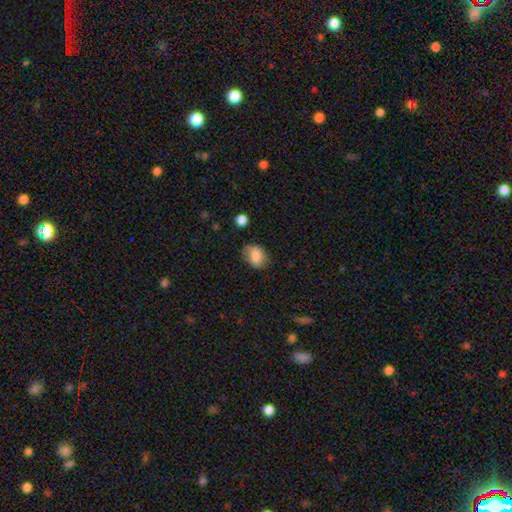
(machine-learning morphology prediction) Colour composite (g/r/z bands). It shows a smooth galaxy with no disk features (80%) that is in between round and cigar-shaped (58%). Merging: none (63%).